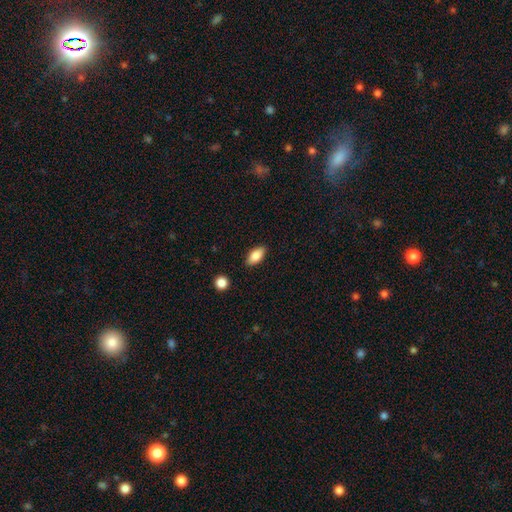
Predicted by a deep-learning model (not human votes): This appears to be a smooth galaxy with no disk features (85%) that is in between round and cigar-shaped (90%). Merging: none (86%).